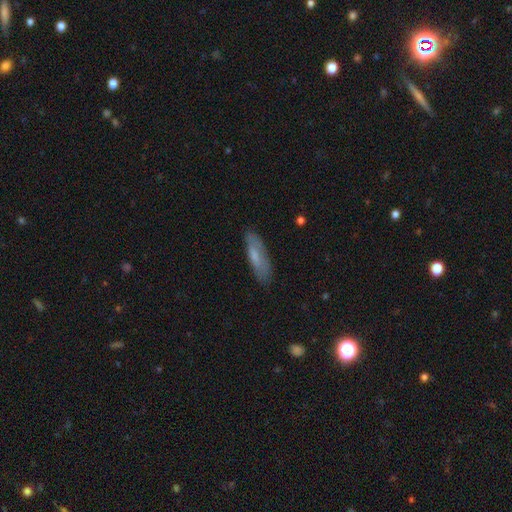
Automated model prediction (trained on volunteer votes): A smooth galaxy with no disk features (65%) that is cigar-shaped (62%). Merging: none (82%).